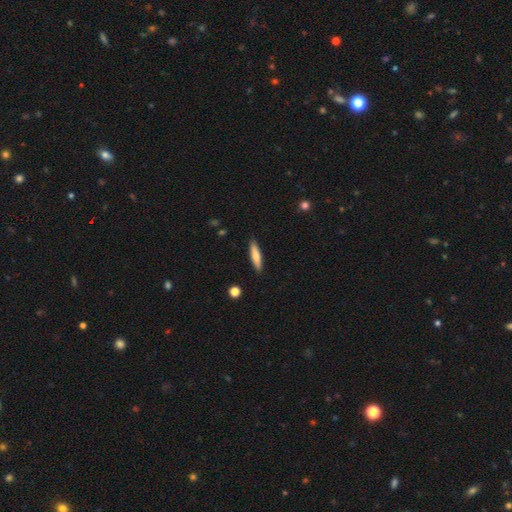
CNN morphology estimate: Smooth or featured? Predicted: smooth (p=0.71). How rounded? Predicted: cigar-shaped (p=0.79). Merging? Predicted: none (p=0.90).